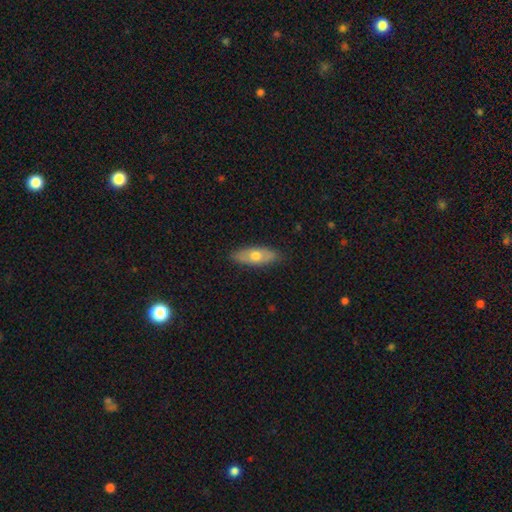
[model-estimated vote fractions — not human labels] smooth 59%, featured or disk 35%, star or artifact 6%. Down the decision tree: how rounded — in between (72%); merging — none (86%).